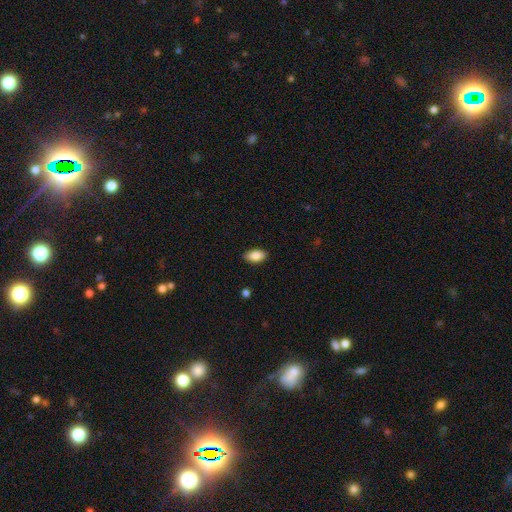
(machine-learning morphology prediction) Smooth or featured?
  - smooth: 88% *
  - star or artifact: 7%
  - featured or disk: 5%
How rounded?
  - in between: 93% *
  - round: 5%
  - cigar-shaped: 3%
Merging?
  - none: 88% *
  - minor disturbance: 9%
  - major disturbance: 2%
  - merger: 1%